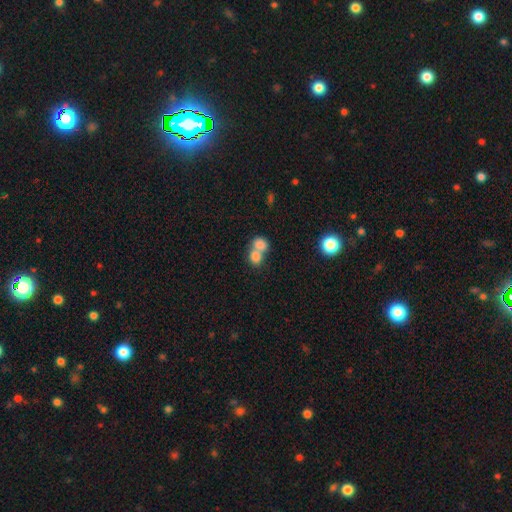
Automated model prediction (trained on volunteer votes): Smooth or featured? smooth (80%)
How rounded? round (62%)
Merging? merger (68%)